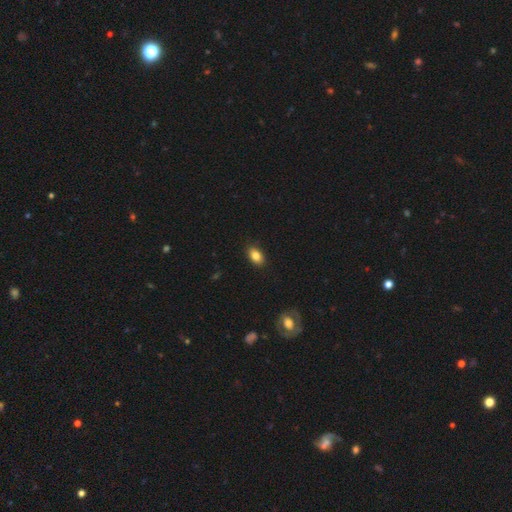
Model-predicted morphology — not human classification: type=smooth (84%); roundness=in between (88%); merging=none (88%).